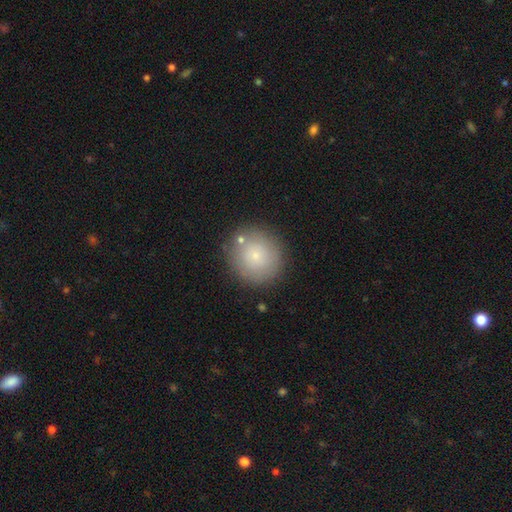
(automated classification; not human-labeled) Overall: smooth (76%). How rounded: round (91%). Merging: none (81%).